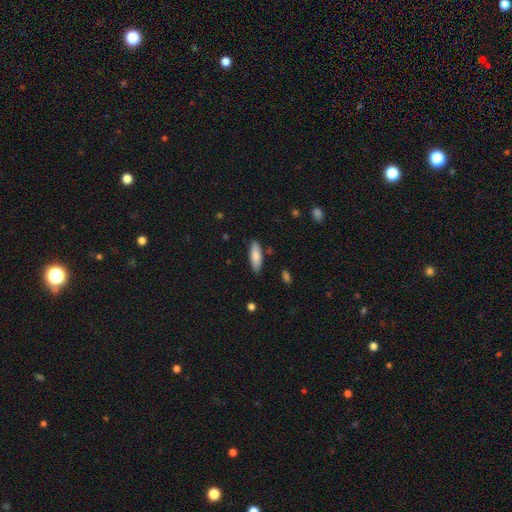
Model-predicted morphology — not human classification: This appears to be a smooth galaxy with no disk features (84%) that is in between round and cigar-shaped (58%). Merging: none (85%).